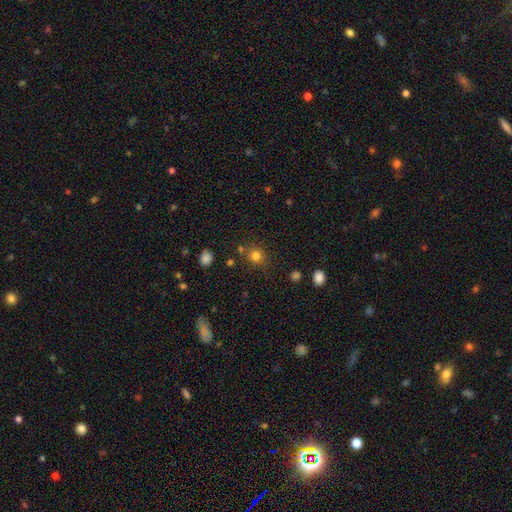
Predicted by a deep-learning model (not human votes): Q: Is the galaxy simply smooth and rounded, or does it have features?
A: smooth — 80%.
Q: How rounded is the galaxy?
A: round — 88%.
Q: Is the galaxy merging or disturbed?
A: none — 79%.